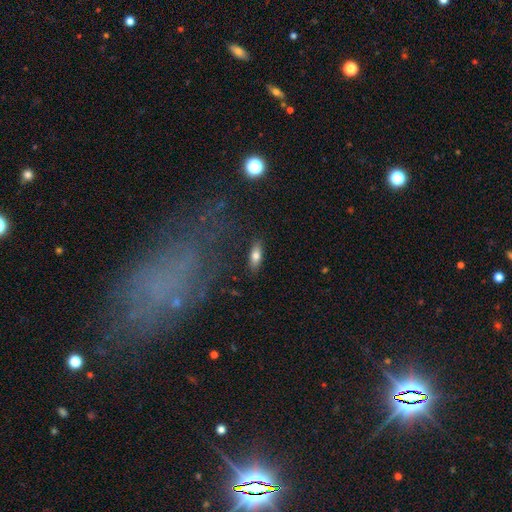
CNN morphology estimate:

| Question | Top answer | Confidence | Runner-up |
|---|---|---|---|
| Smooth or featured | smooth | 73% | featured or disk (19%) |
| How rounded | in between | 71% | cigar-shaped (26%) |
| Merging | none | 87% | minor disturbance (9%) |